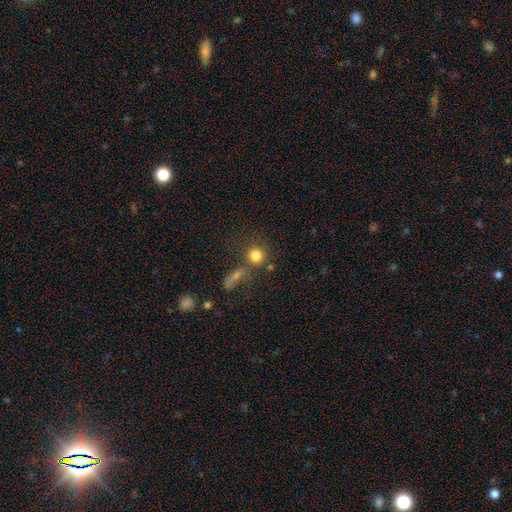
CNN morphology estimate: Smooth or featured? smooth (80%)
How rounded? round (91%)
Merging? none (64%)